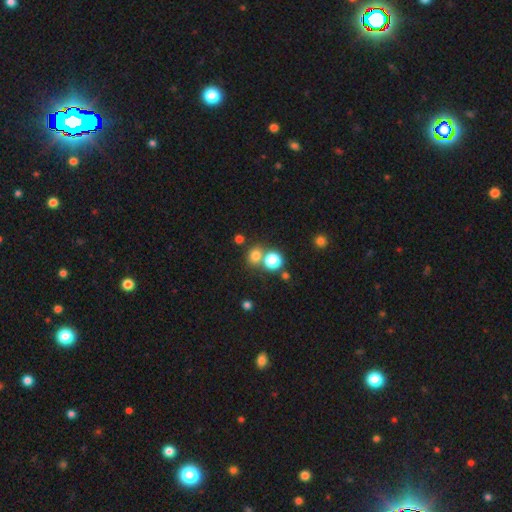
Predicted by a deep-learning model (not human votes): Smooth or featured?
  - smooth: 75% *
  - star or artifact: 18%
  - featured or disk: 7%
How rounded?
  - round: 73% *
  - in between: 25%
  - cigar-shaped: 1%
Merging?
  - none: 58% *
  - merger: 30%
  - minor disturbance: 8%
  - major disturbance: 4%